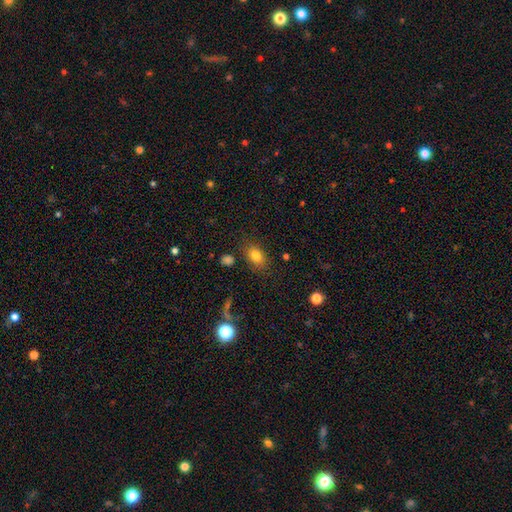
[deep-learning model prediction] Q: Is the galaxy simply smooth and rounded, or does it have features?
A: smooth — 80%.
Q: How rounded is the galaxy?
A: in between — 78%.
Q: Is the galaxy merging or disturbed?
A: none — 78%.